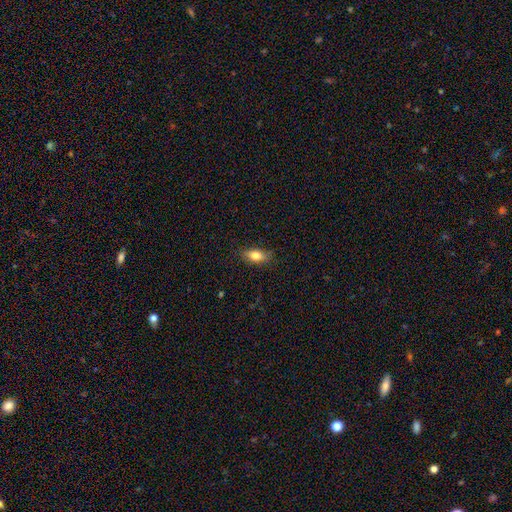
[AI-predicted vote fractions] This is likely a smooth galaxy (77%). How rounded: clearly in between (81%). Merging: clearly none (81%).